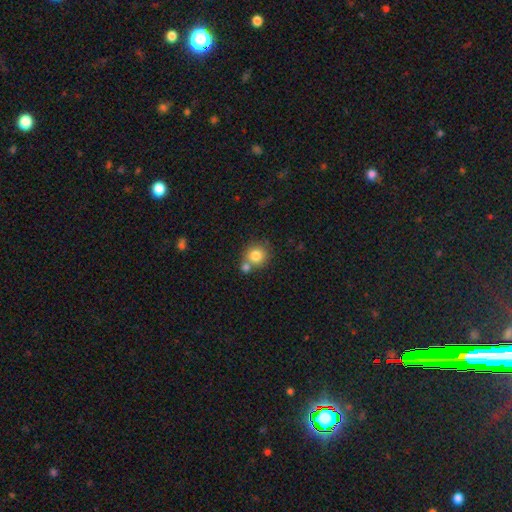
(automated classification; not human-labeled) Overall: smooth (81%). How rounded: round (88%). Merging: none (56%; merger 31%).